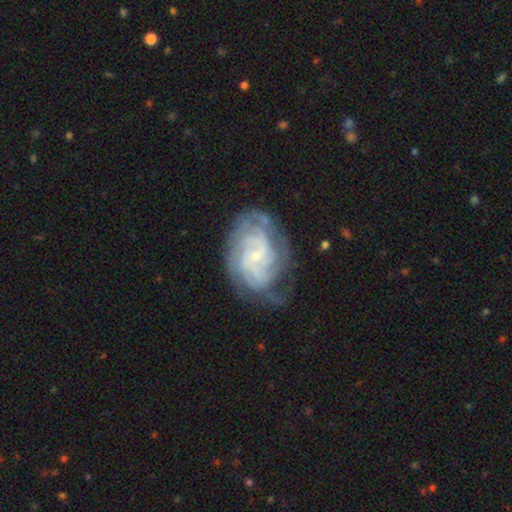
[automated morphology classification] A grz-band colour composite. It shows a featured or disk galaxy (85%) with no bar (59%), tight (63%) spiral arms (95%) and a small central bulge (80%). Merging: none (64%).